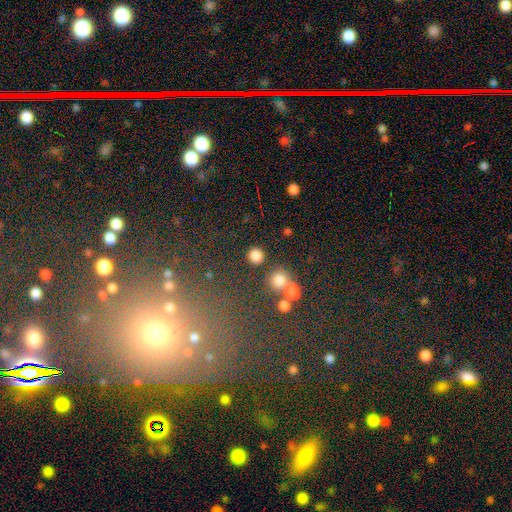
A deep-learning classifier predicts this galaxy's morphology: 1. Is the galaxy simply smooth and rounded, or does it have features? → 82% smooth, 13% star or artifact, 5% featured or disk.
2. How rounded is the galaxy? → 93% round, 6% in between, 1% cigar-shaped.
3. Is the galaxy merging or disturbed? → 82% none, 8% merger, 7% minor disturbance, 3% major disturbance.